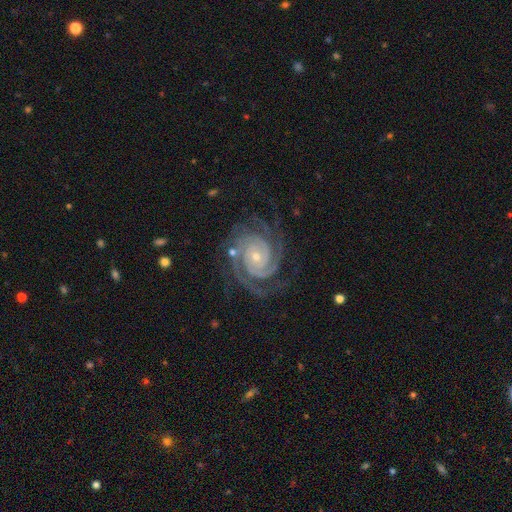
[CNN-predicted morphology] The model was most divided on "spiral arm count": 2: 47%, 3: 25%, 4: 10%, can't tell: 8%, more than 4: 5%, 1: 5%. More confident: spiral arms — yes (99%); edge-on disk — no (98%); smooth or featured — featured or disk (93%); spiral winding — tight (83%); merging — none (77%); bulge size — small (75%); bar — no (72%).